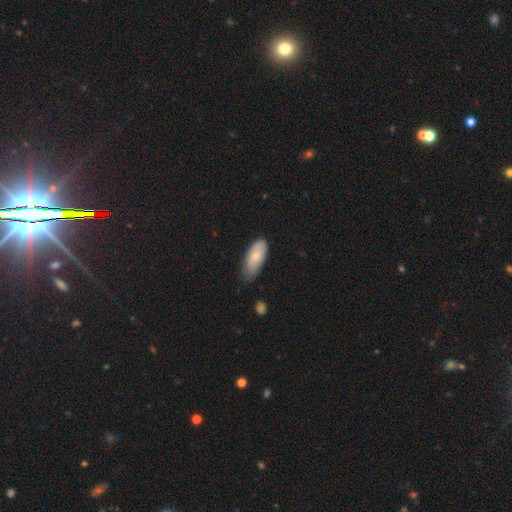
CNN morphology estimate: smooth-or-featured: smooth: 74% | featured or disk: 20% | star or artifact: 6%
  how-rounded: in between: 87% | cigar-shaped: 11% | round: 2%
  merging: none: 60% | minor disturbance: 32% | major disturbance: 6% | merger: 2%